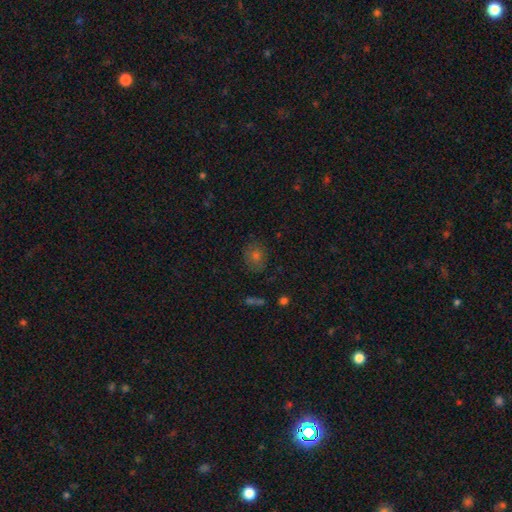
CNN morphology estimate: Smooth or featured? smooth (62%)
How rounded? round (59%)
Merging? none (79%)